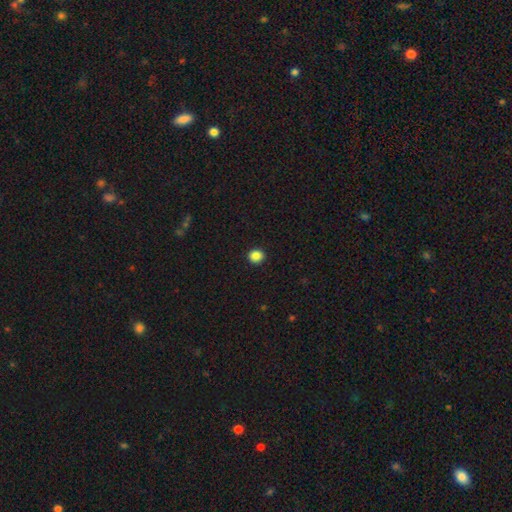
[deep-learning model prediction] A smooth galaxy with no disk features (87%) that is round (88%). Merging: none (93%).